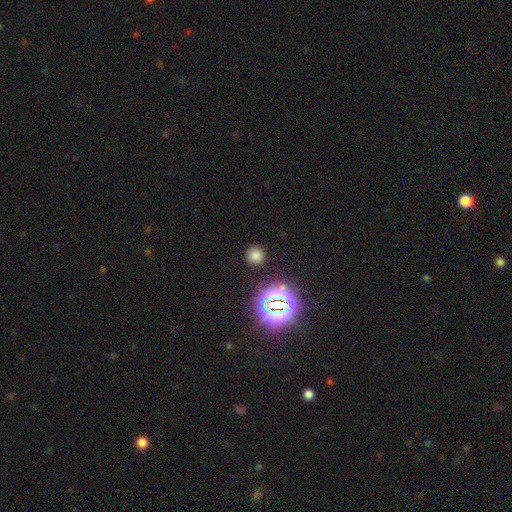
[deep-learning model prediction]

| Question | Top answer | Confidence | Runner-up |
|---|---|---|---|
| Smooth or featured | smooth | 71% | star or artifact (23%) |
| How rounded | round | 93% | in between (6%) |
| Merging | none | 88% | minor disturbance (7%) |